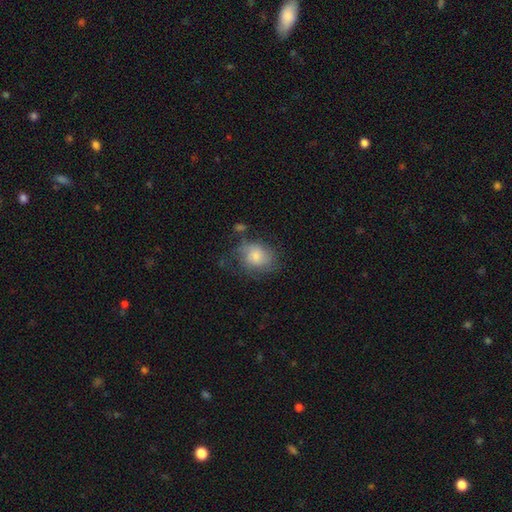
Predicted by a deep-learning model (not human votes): Smooth or featured: smooth — 63% (featured or disk — 29%)
How rounded: in between — 50% (round — 49%)
Merging: none — 49% (minor disturbance — 27%)